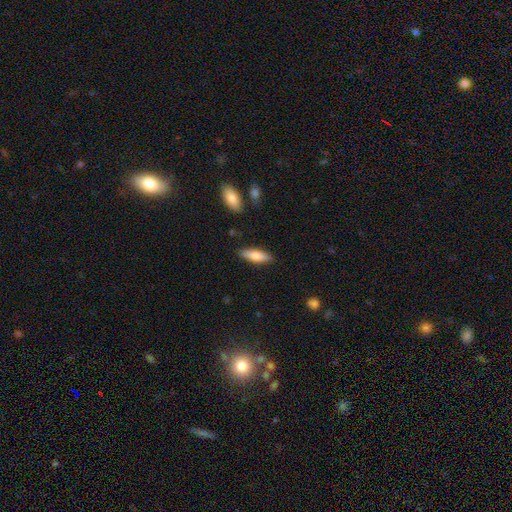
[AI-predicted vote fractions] Q: Smooth or featured?
A: smooth (74%); runner-up: featured or disk (20%)
Q: How rounded?
A: cigar-shaped (51%); runner-up: in between (48%)
Q: Merging?
A: none (86%); runner-up: minor disturbance (10%)